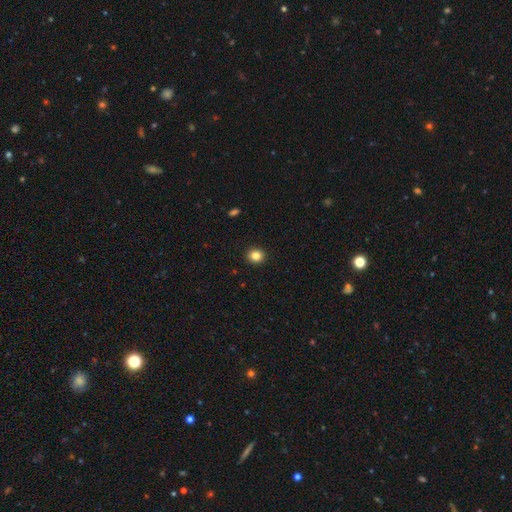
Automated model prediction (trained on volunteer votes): Smooth or featured?
  - smooth: 85% *
  - star or artifact: 11%
  - featured or disk: 5%
How rounded?
  - round: 81% *
  - in between: 18%
  - cigar-shaped: 1%
Merging?
  - none: 92% *
  - minor disturbance: 5%
  - major disturbance: 2%
  - merger: 1%